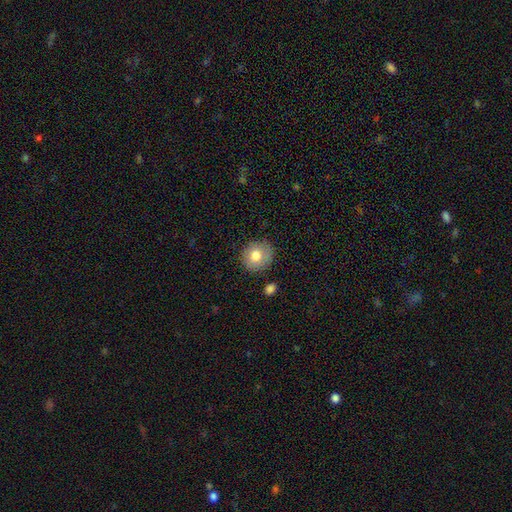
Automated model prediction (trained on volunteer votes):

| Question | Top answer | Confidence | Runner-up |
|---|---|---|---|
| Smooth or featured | smooth | 77% | featured or disk (14%) |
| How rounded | round | 85% | in between (14%) |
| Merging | none | 83% | minor disturbance (11%) |